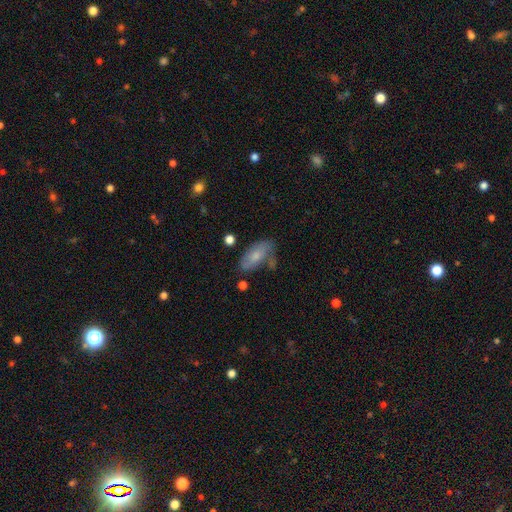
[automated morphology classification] This is likely a smooth galaxy (67%). How rounded: clearly in between (86%). Merging: possibly none (58%).